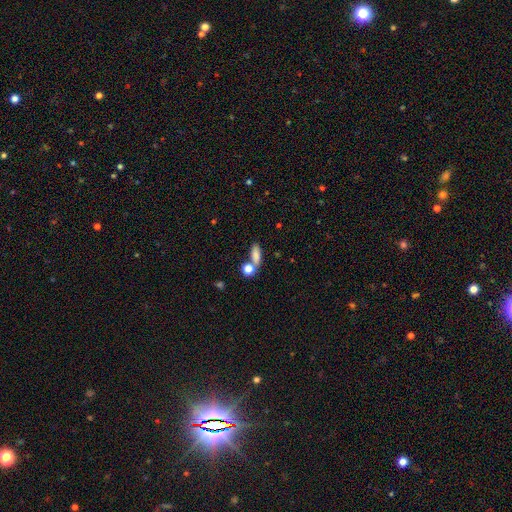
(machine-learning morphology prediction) smooth 80%, star or artifact 10%, featured or disk 9%. Down the decision tree: how rounded — in between (64%); merging — none (56%).